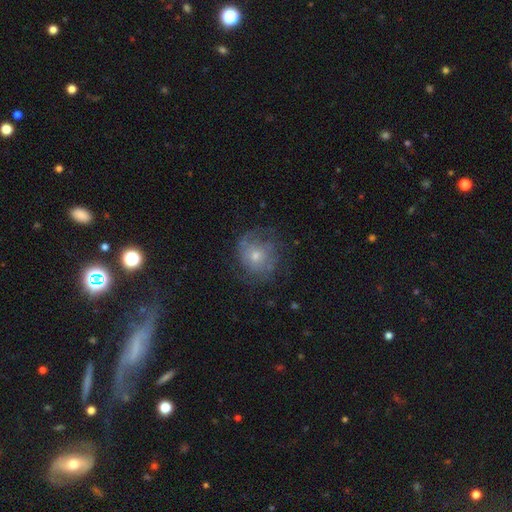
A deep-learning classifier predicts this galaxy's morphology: Overall: featured or disk (55%; smooth 33%). Edge-on disk: no (97%). Bar: no (83%). Spiral arms: yes (75%). Bulge size: small (48%; moderate 46%). Merging: none (64%).